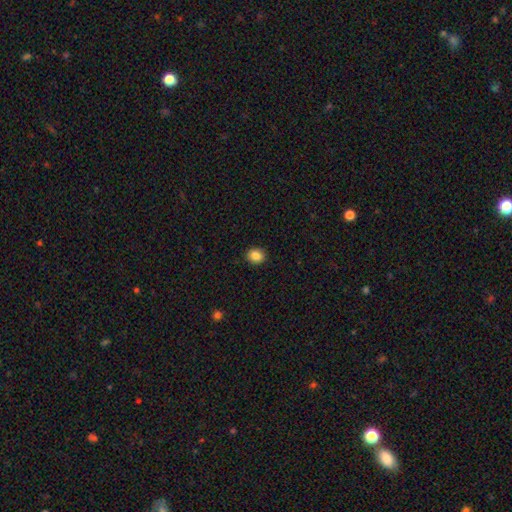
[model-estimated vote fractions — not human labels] The model was most divided on "how rounded": round: 66%, in between: 33%, cigar-shaped: 1%. More confident: merging — none (91%); smooth or featured — smooth (87%).